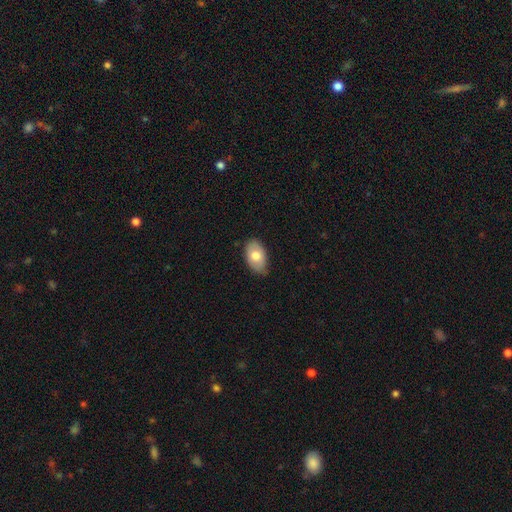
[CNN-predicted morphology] This is likely a smooth galaxy (75%). How rounded: clearly in between (93%). Merging: likely none (77%).